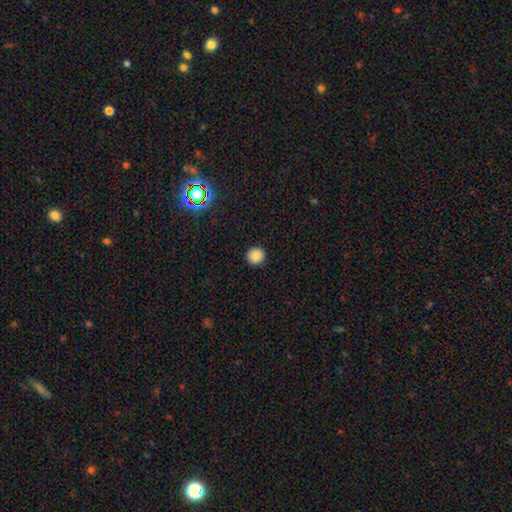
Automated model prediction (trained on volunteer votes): This appears to be a smooth galaxy with no disk features (87%) that is round (93%). Merging: none (92%).